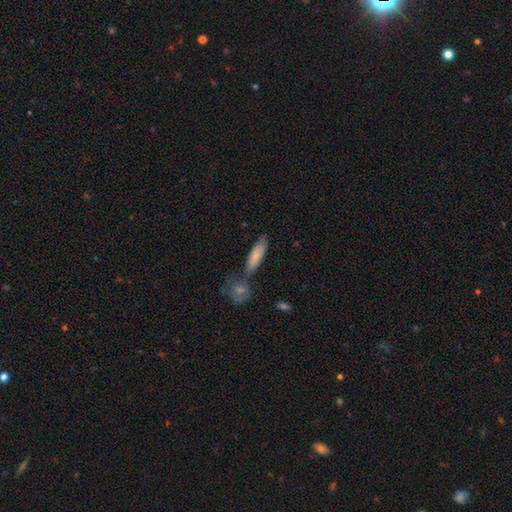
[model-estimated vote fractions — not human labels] Smooth or featured: smooth — 79% (featured or disk — 16%)
How rounded: cigar-shaped — 60% (in between — 37%)
Merging: none — 62% (merger — 18%)